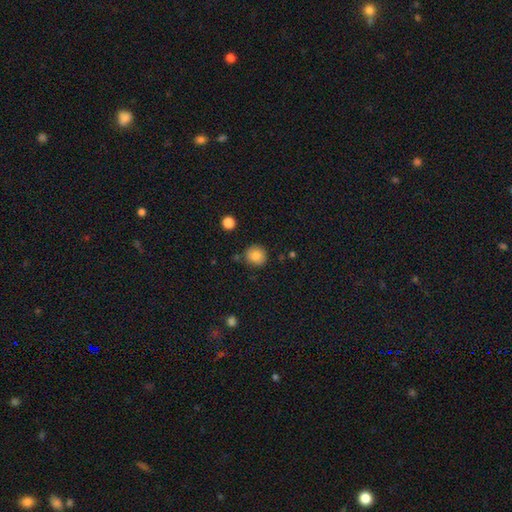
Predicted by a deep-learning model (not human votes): Smooth or featured? smooth (84%)
How rounded? round (89%)
Merging? none (82%)